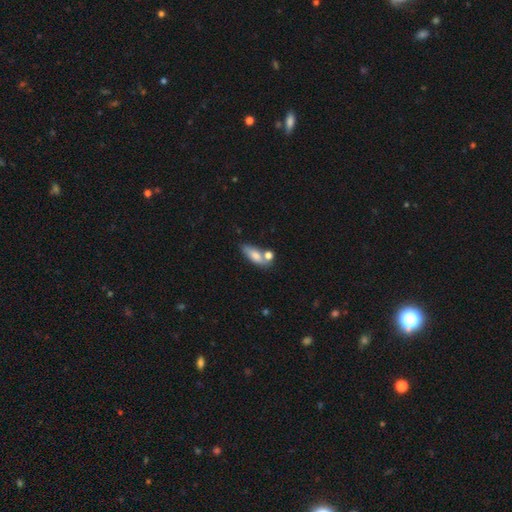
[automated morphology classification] smooth-or-featured: smooth: 72% | featured or disk: 20% | star or artifact: 8%
  how-rounded: in between: 70% | cigar-shaped: 26% | round: 5%
  merging: none: 49% | merger: 28% | minor disturbance: 17% | major disturbance: 6%